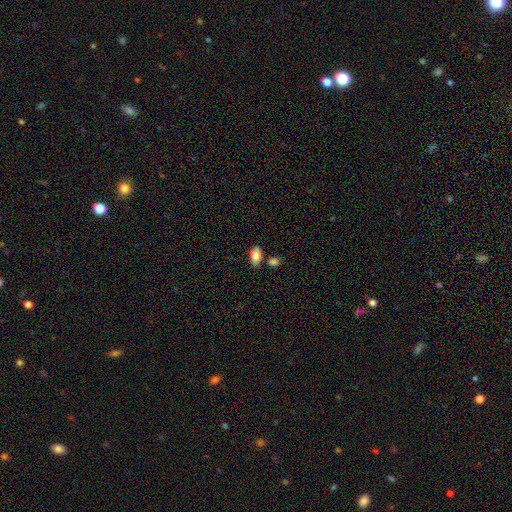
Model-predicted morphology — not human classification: A smooth galaxy with no disk features (83%) that is in between round and cigar-shaped (91%). Merging: none (72%).